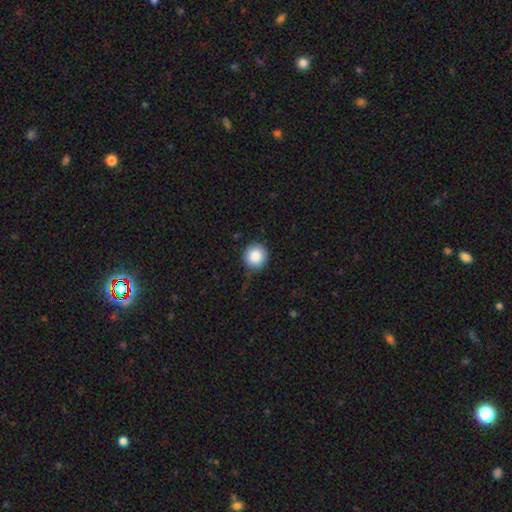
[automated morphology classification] The model was most divided on "merging": none: 85%, minor disturbance: 12%, major disturbance: 3%, merger: 1%. More confident: how rounded — round (94%); smooth or featured — smooth (87%).